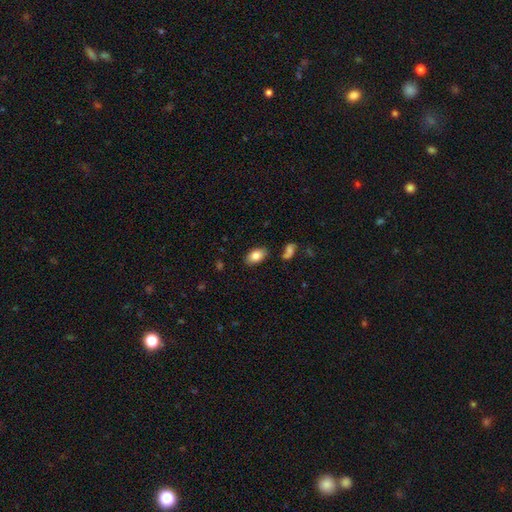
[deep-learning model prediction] The model was most divided on "merging": none: 83%, minor disturbance: 11%, merger: 3%, major disturbance: 3%. More confident: how rounded — in between (91%); smooth or featured — smooth (83%).